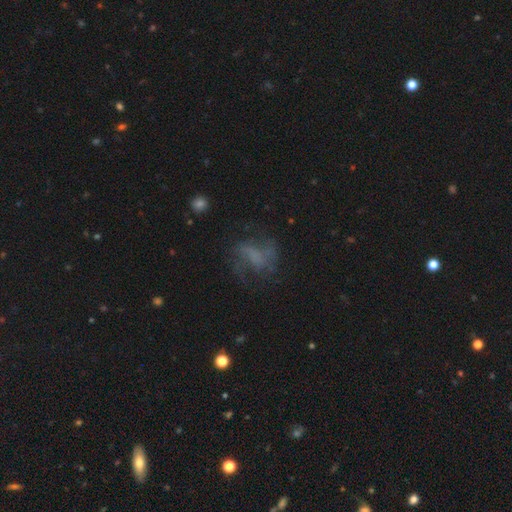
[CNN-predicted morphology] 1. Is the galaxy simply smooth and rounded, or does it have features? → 53% featured or disk, 29% smooth, 18% star or artifact.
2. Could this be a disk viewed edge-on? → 96% no, 4% yes.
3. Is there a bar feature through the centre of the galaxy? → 58% no, 30% weak, 12% strong.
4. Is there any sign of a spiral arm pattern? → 66% yes, 34% no.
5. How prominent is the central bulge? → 66% none, 14% small, 12% moderate, 6% large, 2% dominant.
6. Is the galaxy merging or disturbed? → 54% none, 24% major disturbance, 19% minor disturbance, 2% merger.